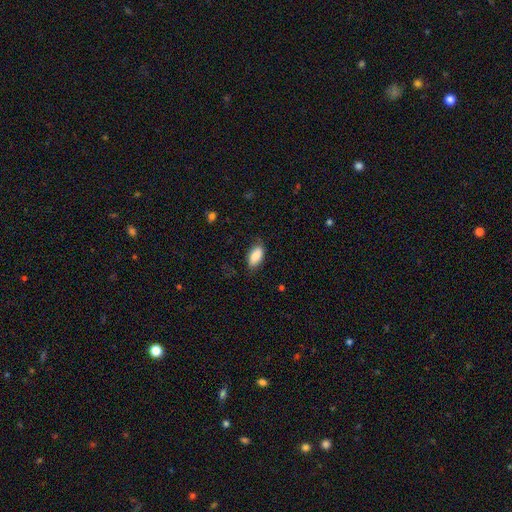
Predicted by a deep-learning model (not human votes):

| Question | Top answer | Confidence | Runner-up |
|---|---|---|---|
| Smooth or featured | smooth | 87% | featured or disk (6%) |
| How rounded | in between | 92% | cigar-shaped (5%) |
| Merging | none | 77% | minor disturbance (18%) |